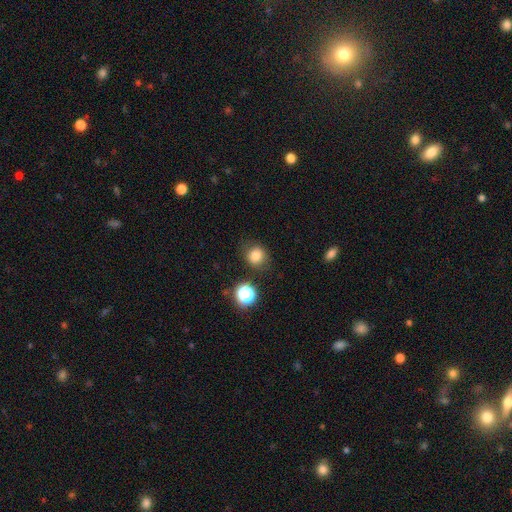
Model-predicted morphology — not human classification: Smooth or featured? Predicted: smooth (p=0.79). How rounded? Predicted: round (p=0.85). Merging? Predicted: none (p=0.80).